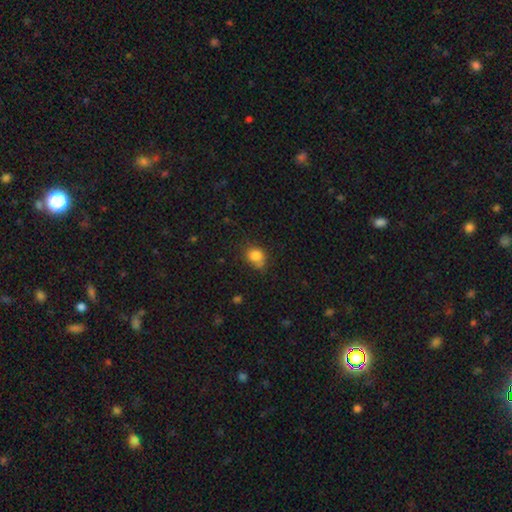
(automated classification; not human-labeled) Smooth or featured? smooth (82%)
How rounded? round (59%)
Merging? none (58%)